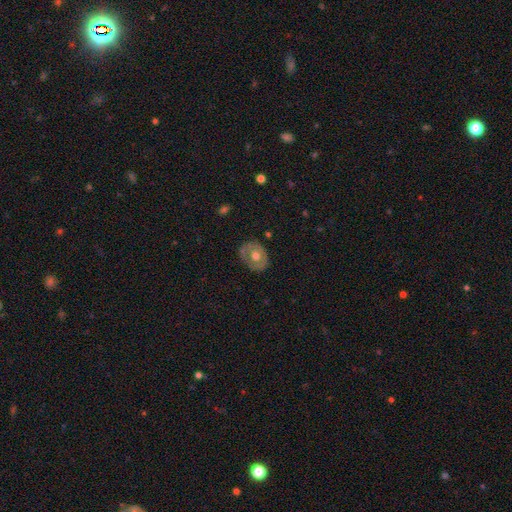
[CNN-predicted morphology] Overall: featured or disk (48%; smooth 46%). Merging: none (77%).